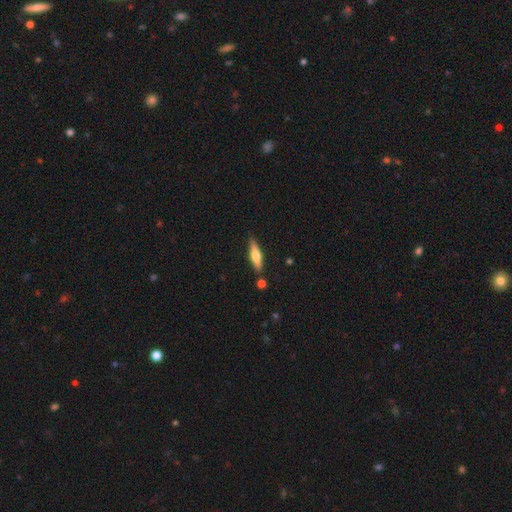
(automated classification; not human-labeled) This appears to be a smooth galaxy with no disk features (52%) that is cigar-shaped (72%). Merging: none (83%).